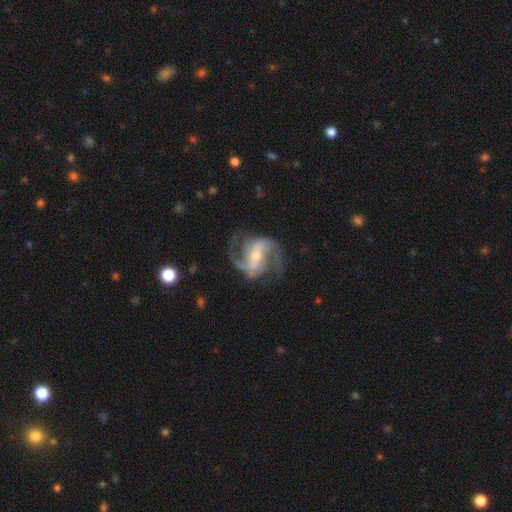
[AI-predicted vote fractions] A featured or disk galaxy (90%) with a strong bar (45%), 2 (84%) medium (56%) spiral arms (97%) and a moderate central bulge (50%). Merging: none (74%).